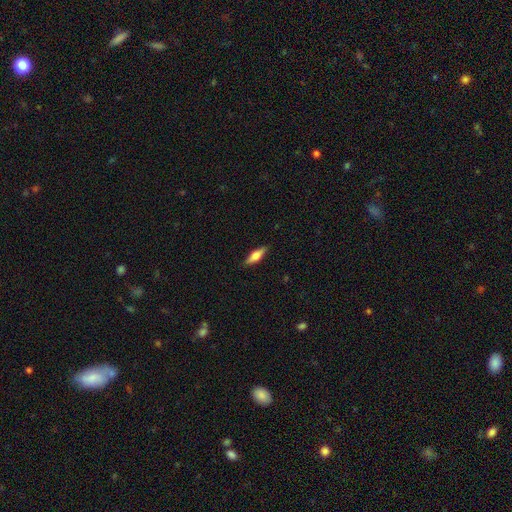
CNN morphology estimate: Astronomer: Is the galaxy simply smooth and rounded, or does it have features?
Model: smooth — 55% (runner-up: featured or disk, 38%).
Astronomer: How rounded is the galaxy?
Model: cigar-shaped — 49% (runner-up: in between, 48%).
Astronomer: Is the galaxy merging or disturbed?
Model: none — 88%.